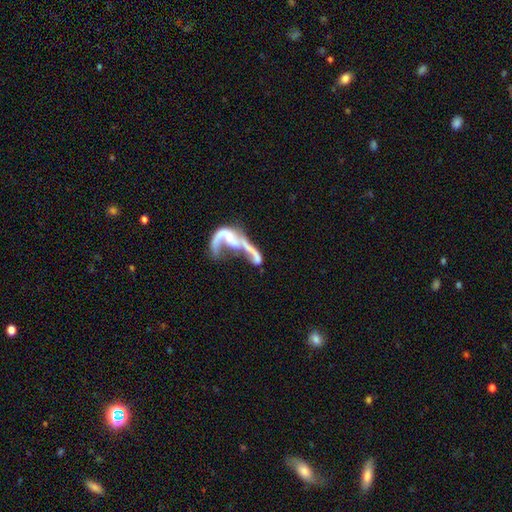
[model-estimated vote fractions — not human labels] The model was most divided on "spiral arms": no: 52%, yes: 48%. More confident: edge-on disk — no (91%); smooth or featured — featured or disk (68%); bar — no (67%); merging — merger (52%); bulge size — none (51%).